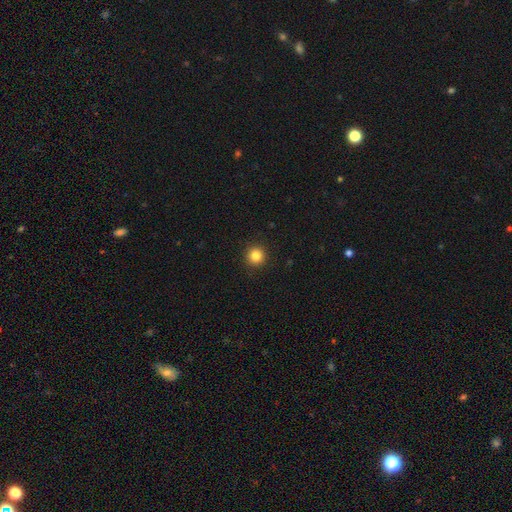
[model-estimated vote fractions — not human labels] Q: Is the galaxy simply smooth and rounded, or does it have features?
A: smooth — 84%.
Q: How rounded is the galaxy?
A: round — 95%.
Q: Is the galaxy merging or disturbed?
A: none — 93%.